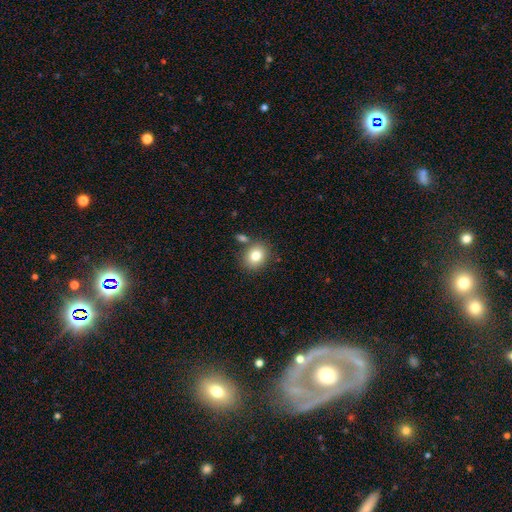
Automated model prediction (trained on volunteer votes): Smooth or featured? smooth (81%)
How rounded? round (66%)
Merging? none (75%)